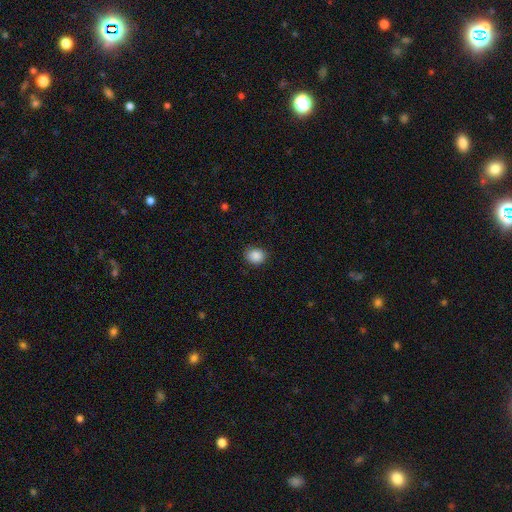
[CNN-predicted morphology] Smooth or featured?
  - smooth: 88% *
  - star or artifact: 9%
  - featured or disk: 3%
How rounded?
  - round: 63% *
  - in between: 36%
  - cigar-shaped: 1%
Merging?
  - none: 86% *
  - minor disturbance: 10%
  - major disturbance: 3%
  - merger: 1%